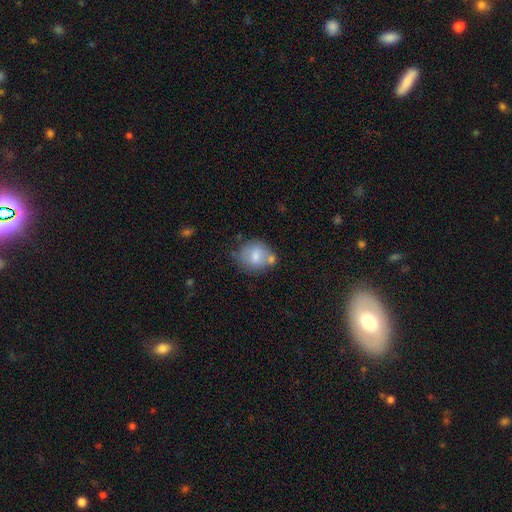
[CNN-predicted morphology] A smooth galaxy with no disk features (68%) that is round (65%). Merging: none (52%).